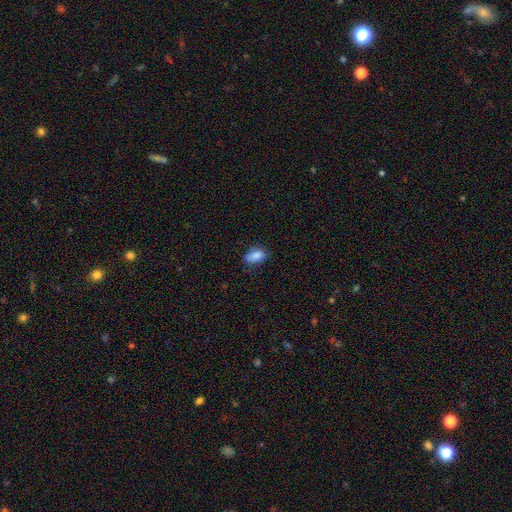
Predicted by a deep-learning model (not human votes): Smooth or featured?
  - smooth: 85% *
  - star or artifact: 8%
  - featured or disk: 7%
How rounded?
  - in between: 88% *
  - cigar-shaped: 6%
  - round: 6%
Merging?
  - none: 69% *
  - minor disturbance: 24%
  - major disturbance: 5%
  - merger: 2%